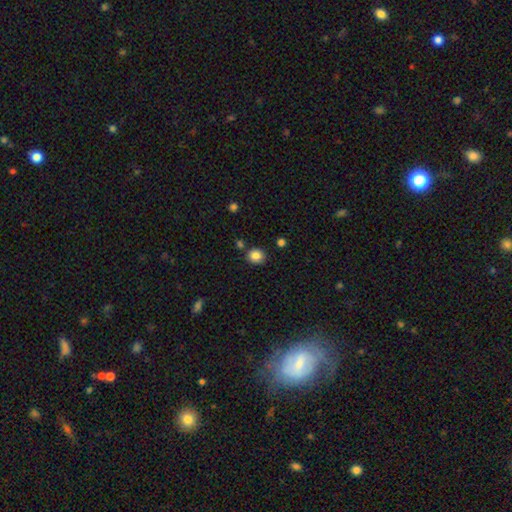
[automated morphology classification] A smooth galaxy with no disk features (85%) that is round (76%).

Vote fractions:
- Smooth or featured? smooth: 85% / star or artifact: 10% / featured or disk: 5%
- How rounded? round: 76% / in between: 24% / cigar-shaped: 1%
- Merging? none: 83% / minor disturbance: 9% / merger: 6% / major disturbance: 2%